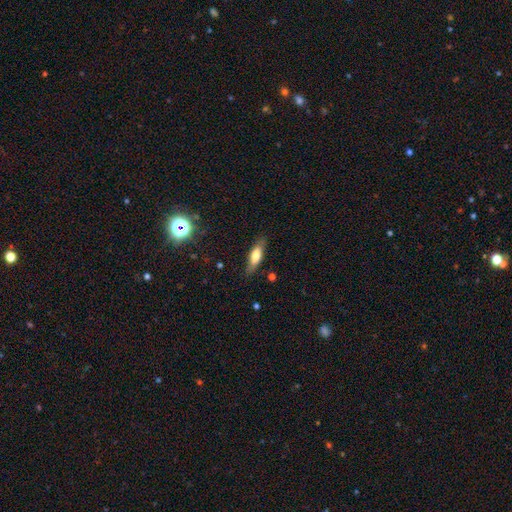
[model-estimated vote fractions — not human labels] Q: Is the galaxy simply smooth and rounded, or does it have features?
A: smooth — 65%.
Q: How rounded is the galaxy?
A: cigar-shaped — 50%.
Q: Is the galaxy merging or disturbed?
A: none — 81%.